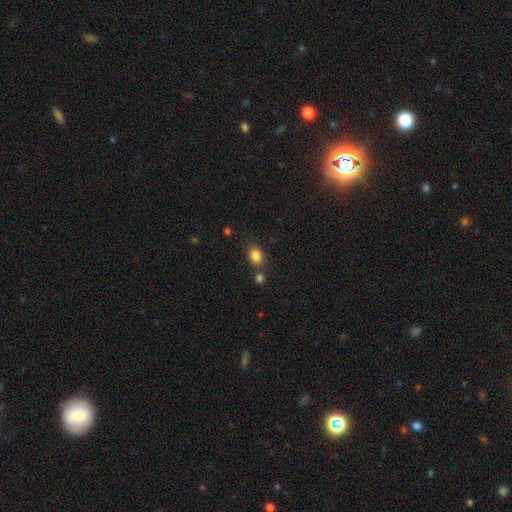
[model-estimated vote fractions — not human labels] The model was most divided on "how rounded": in between: 64%, round: 34%, cigar-shaped: 1%. More confident: smooth or featured — smooth (84%); merging — none (71%).